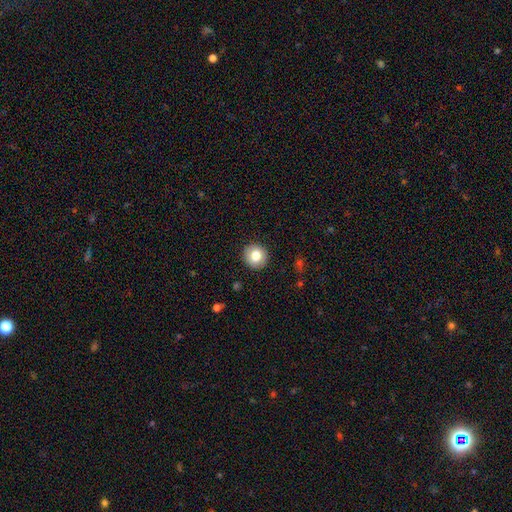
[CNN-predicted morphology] Smooth or featured? Predicted: smooth (p=0.80). How rounded? Predicted: round (p=0.93). Merging? Predicted: none (p=0.92).